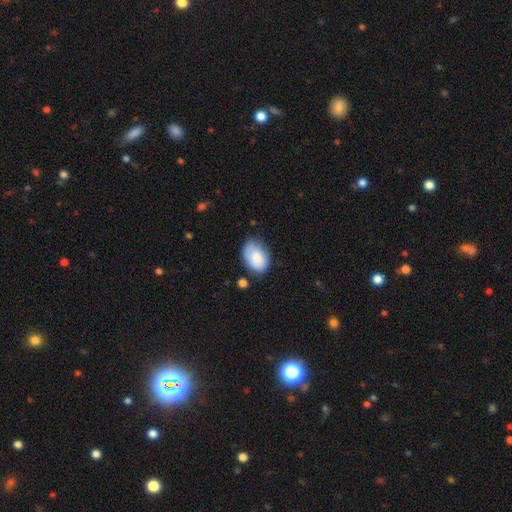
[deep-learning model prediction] Smooth or featured? smooth (81%)
How rounded? in between (84%)
Merging? none (64%)